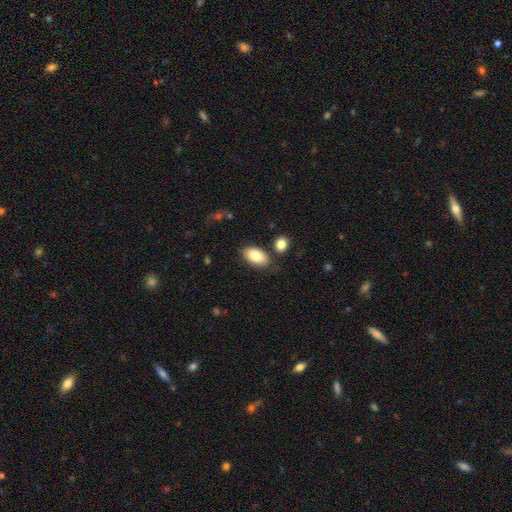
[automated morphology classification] Overall: smooth (86%). How rounded: in between (94%). Merging: none (77%).